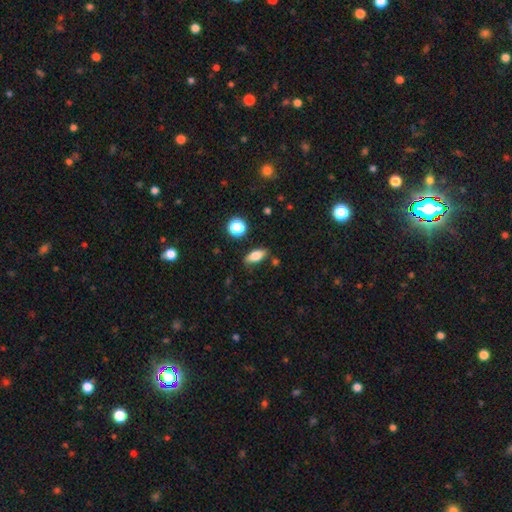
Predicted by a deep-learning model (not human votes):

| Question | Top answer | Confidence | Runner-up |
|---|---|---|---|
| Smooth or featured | smooth | 78% | featured or disk (12%) |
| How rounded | in between | 79% | cigar-shaped (14%) |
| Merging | none | 81% | minor disturbance (13%) |